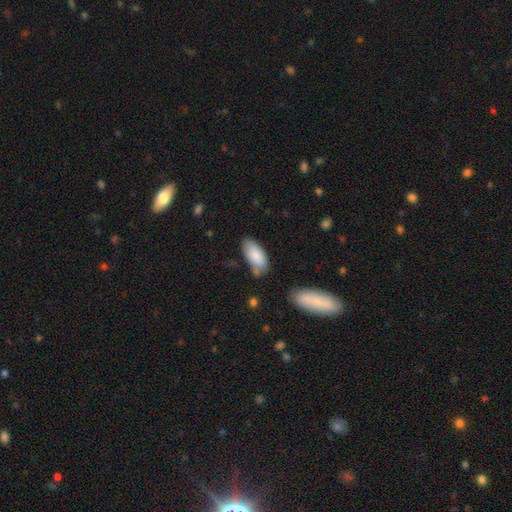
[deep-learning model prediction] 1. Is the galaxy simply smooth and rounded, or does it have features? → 84% smooth, 10% featured or disk, 6% star or artifact.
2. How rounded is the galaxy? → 91% in between, 7% cigar-shaped, 2% round.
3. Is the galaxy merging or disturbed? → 62% none, 25% minor disturbance, 7% merger, 5% major disturbance.